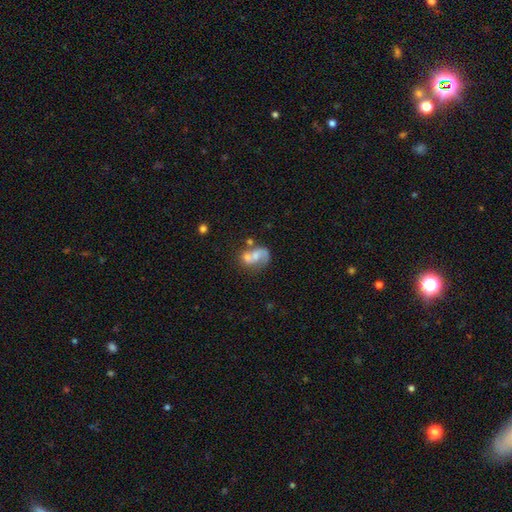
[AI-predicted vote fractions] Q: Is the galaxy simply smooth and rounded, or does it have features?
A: featured or disk — 58%.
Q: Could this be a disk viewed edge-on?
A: no — 98%.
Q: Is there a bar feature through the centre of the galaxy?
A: no — 69%.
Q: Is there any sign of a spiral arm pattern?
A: yes — 74%.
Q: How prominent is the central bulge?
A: moderate — 35%.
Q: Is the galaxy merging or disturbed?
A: merger — 42%.